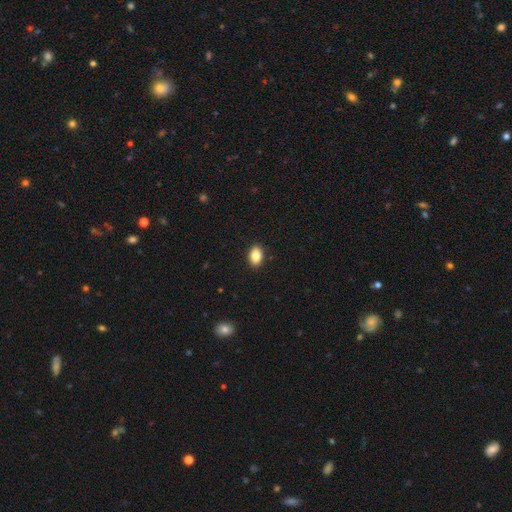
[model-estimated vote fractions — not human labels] A smooth galaxy with no disk features (86%) that is in between round and cigar-shaped (85%).

Vote fractions:
- Smooth or featured? smooth: 86% / star or artifact: 8% / featured or disk: 6%
- How rounded? in between: 85% / round: 14% / cigar-shaped: 1%
- Merging? none: 90% / minor disturbance: 7% / major disturbance: 2% / merger: 1%